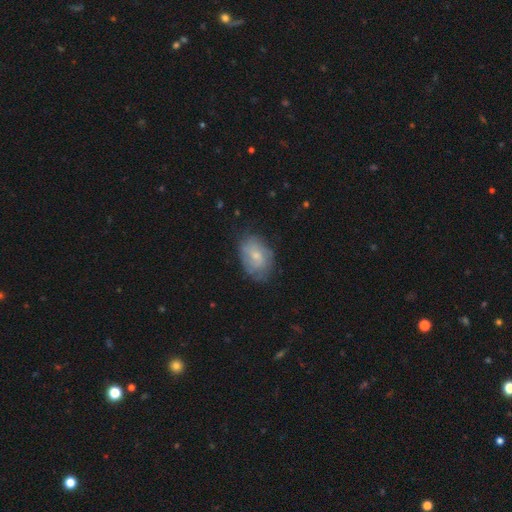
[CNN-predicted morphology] Smooth or featured? Predicted: smooth (p=0.48). Merging? Predicted: none (p=0.66).